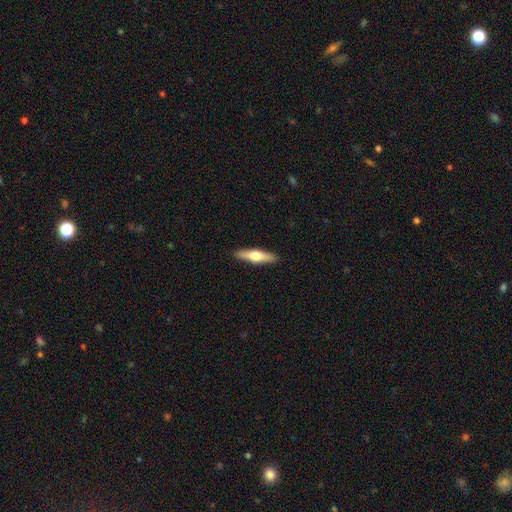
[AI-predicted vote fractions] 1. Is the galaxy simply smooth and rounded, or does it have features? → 51% featured or disk, 44% smooth, 5% star or artifact.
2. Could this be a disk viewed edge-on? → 94% yes, 6% no.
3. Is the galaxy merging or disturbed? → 91% none, 6% minor disturbance, 1% major disturbance, 1% merger.